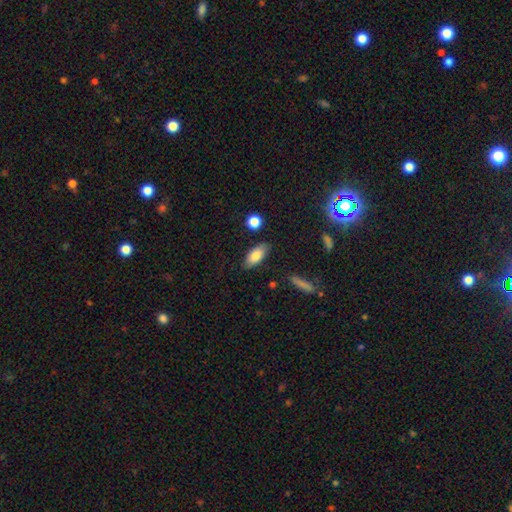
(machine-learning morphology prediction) smooth 82%, featured or disk 11%, star or artifact 7%. Down the decision tree: how rounded — in between (86%); merging — none (82%).